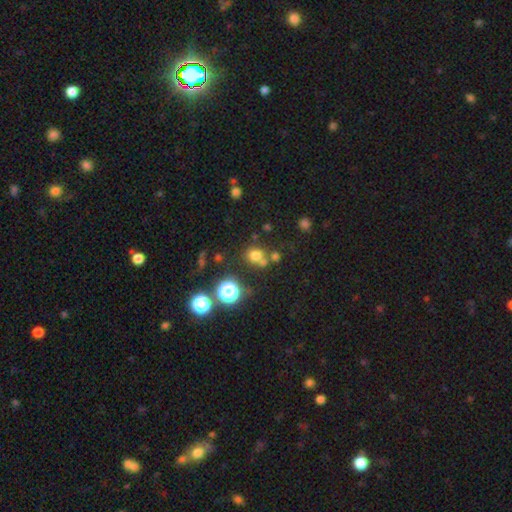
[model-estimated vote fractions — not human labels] smooth_or_featured: smooth (p=0.67) [alt: star or artifact p=0.23]
how_rounded: round (p=0.77) [alt: in between p=0.22]
merging: none (p=0.61) [alt: merger p=0.23]